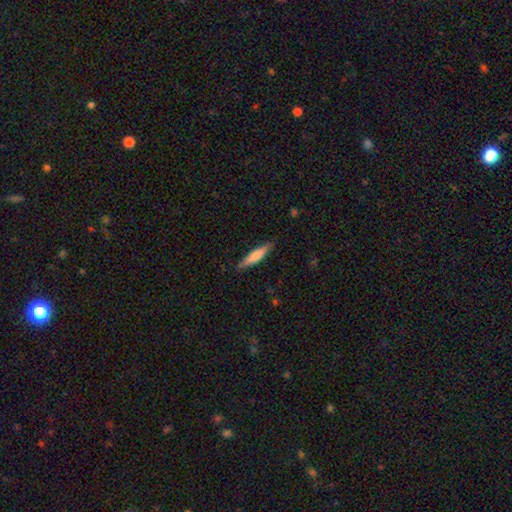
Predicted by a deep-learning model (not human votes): Smooth or featured? Predicted: smooth (p=0.65). How rounded? Predicted: cigar-shaped (p=0.85). Merging? Predicted: none (p=0.86).